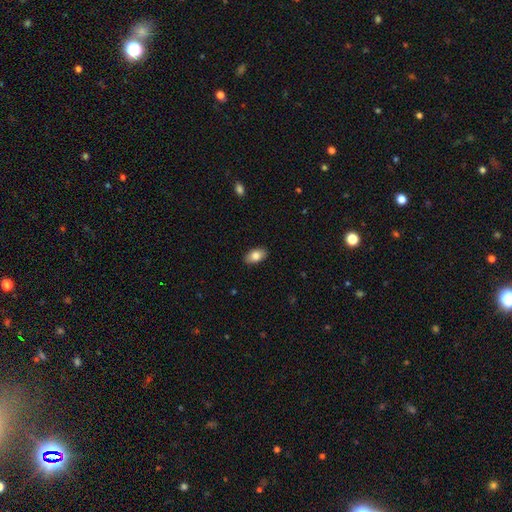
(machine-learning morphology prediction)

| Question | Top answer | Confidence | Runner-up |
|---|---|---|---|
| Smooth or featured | smooth | 84% | featured or disk (9%) |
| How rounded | in between | 92% | round (5%) |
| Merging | none | 88% | minor disturbance (9%) |